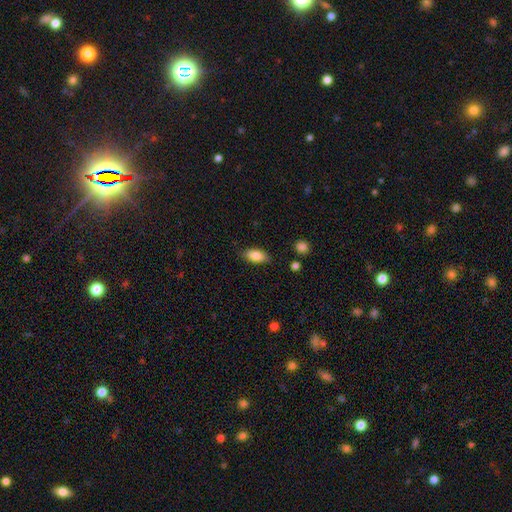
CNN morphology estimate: smooth-or-featured: smooth: 85% | featured or disk: 8% | star or artifact: 7%
  how-rounded: in between: 89% | cigar-shaped: 7% | round: 4%
  merging: none: 83% | minor disturbance: 13% | major disturbance: 3% | merger: 2%